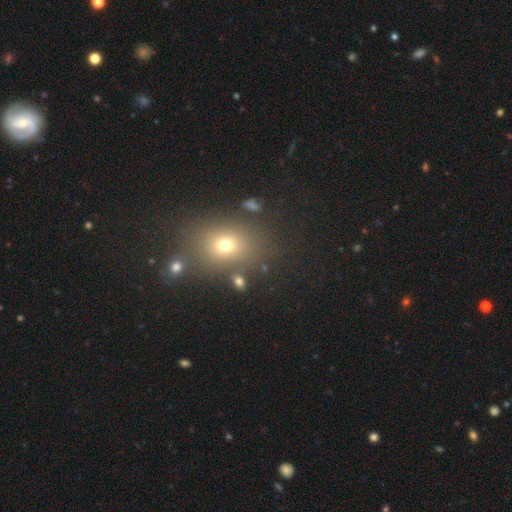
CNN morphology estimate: A smooth galaxy with no disk features (60%) that is in between round and cigar-shaped (53%). Merging: none (80%).